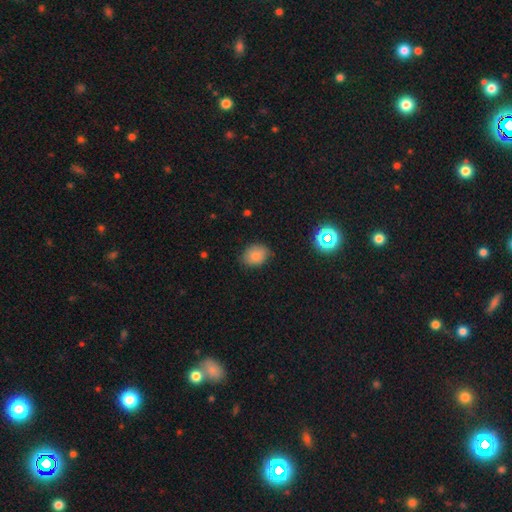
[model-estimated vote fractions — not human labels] smooth-or-featured: smooth: 80% | star or artifact: 12% | featured or disk: 8%
  how-rounded: in between: 59% | round: 40% | cigar-shaped: 1%
  merging: none: 77% | minor disturbance: 18% | major disturbance: 3% | merger: 1%